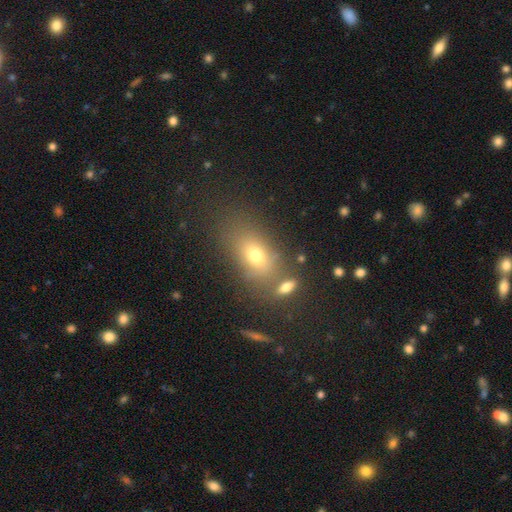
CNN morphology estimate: Smooth or featured?
  - smooth: 67% *
  - star or artifact: 18%
  - featured or disk: 16%
How rounded?
  - in between: 77% *
  - round: 18%
  - cigar-shaped: 5%
Merging?
  - none: 65% *
  - merger: 16%
  - minor disturbance: 13%
  - major disturbance: 6%